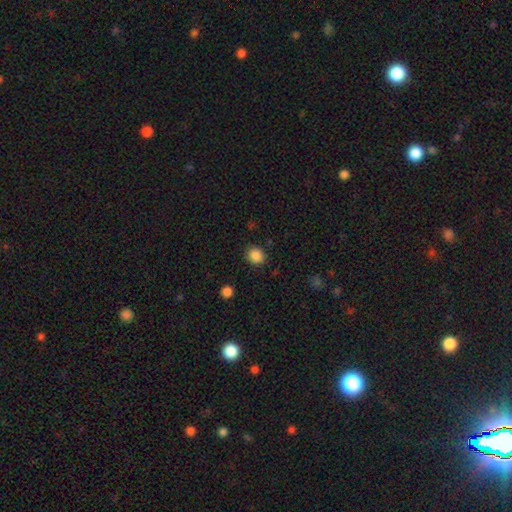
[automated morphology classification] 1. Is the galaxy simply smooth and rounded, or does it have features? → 87% smooth, 10% star or artifact, 3% featured or disk.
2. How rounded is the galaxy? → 76% round, 24% in between, 1% cigar-shaped.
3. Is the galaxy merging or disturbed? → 88% none, 8% minor disturbance, 3% major disturbance, 2% merger.